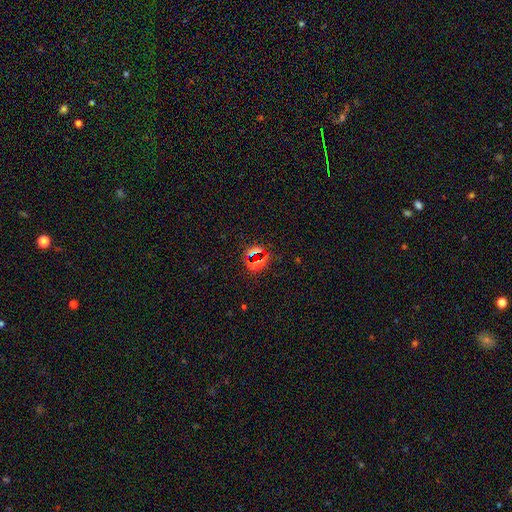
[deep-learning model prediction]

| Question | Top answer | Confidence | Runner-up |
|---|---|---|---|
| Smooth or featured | star or artifact | 64% | smooth (27%) |